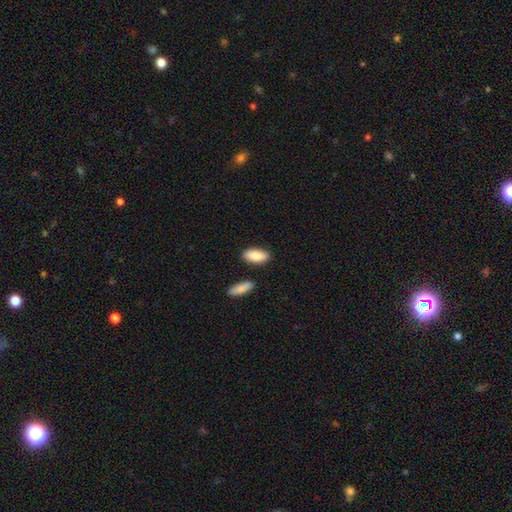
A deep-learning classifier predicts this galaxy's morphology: smooth 86%, featured or disk 8%, star or artifact 5%. Down the decision tree: how rounded — in between (88%); merging — none (84%).